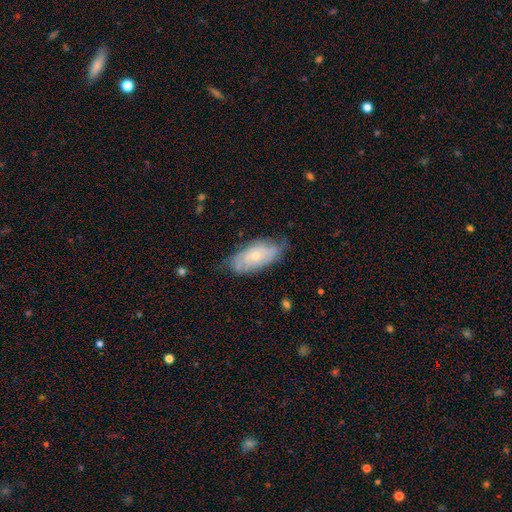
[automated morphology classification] The model was most divided on "bulge size": small: 61%, moderate: 35%, none: 2%, large: 2%, dominant: 1%. More confident: edge-on disk — no (90%); bar — no (79%); spiral arms — yes (79%); merging — none (67%); smooth or featured — featured or disk (60%).